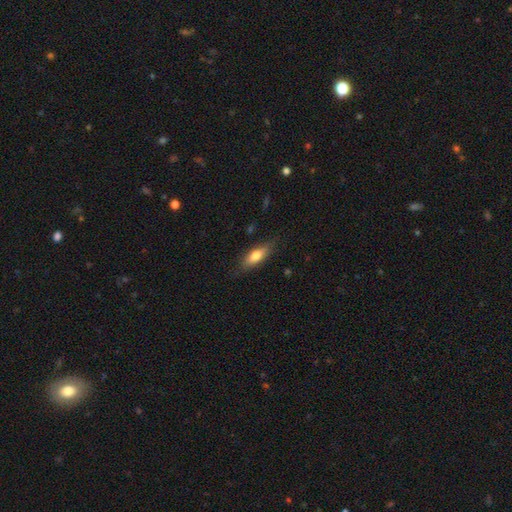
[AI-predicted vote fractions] Smooth or featured? smooth (73%)
How rounded? in between (62%)
Merging? none (78%)